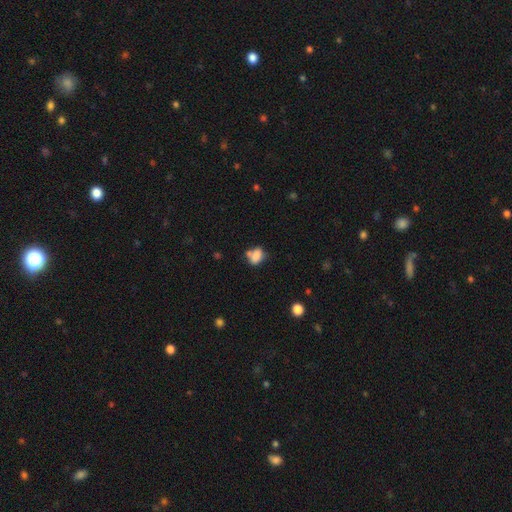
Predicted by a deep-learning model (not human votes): smooth_or_featured: smooth (p=0.77) [alt: featured or disk p=0.13]
how_rounded: in between (p=0.71) [alt: round p=0.26]
merging: none (p=0.42) [alt: merger p=0.31]